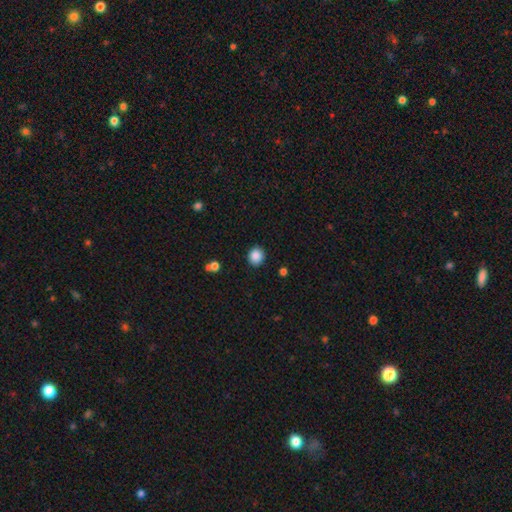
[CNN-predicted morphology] This appears to be a smooth galaxy with no disk features (87%) that is round (85%). Merging: none (89%).